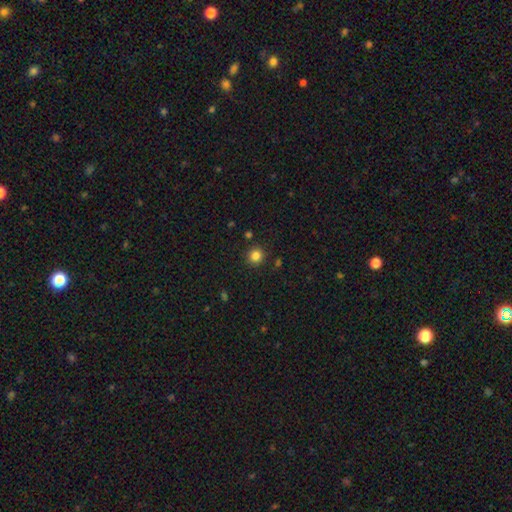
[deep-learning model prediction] Smooth or featured?
  - smooth: 83% *
  - star or artifact: 12%
  - featured or disk: 4%
How rounded?
  - round: 93% *
  - in between: 6%
  - cigar-shaped: 1%
Merging?
  - none: 90% *
  - minor disturbance: 6%
  - merger: 2%
  - major disturbance: 2%